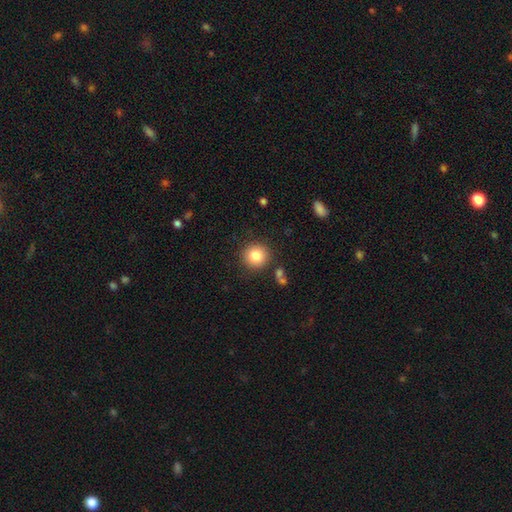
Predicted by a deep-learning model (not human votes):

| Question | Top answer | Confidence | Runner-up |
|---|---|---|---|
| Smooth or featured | smooth | 82% | star or artifact (10%) |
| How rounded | round | 92% | in between (7%) |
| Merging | none | 87% | minor disturbance (8%) |